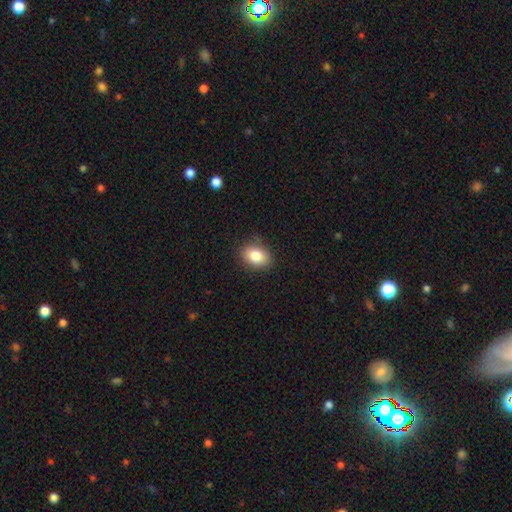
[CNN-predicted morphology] Smooth or featured? smooth (84%)
How rounded? in between (77%)
Merging? none (85%)